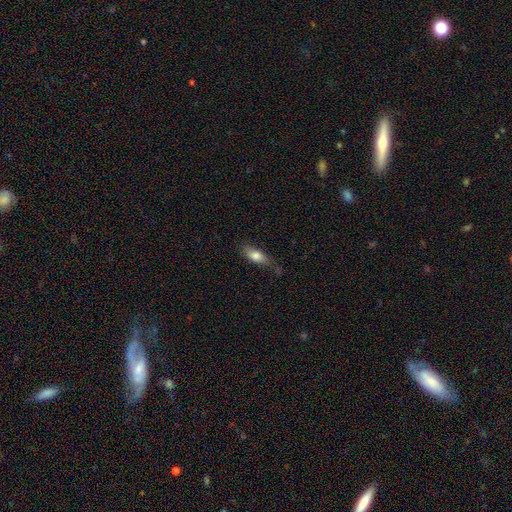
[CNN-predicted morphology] A smooth galaxy with no disk features (77%) that is in between round and cigar-shaped (74%). Merging: none (60%).